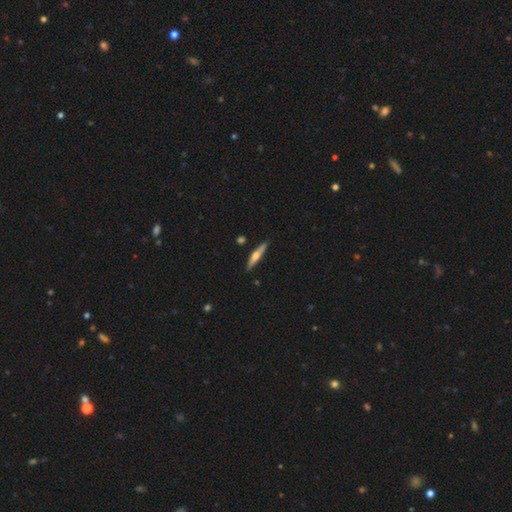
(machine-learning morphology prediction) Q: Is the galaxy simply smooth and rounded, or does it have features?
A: featured or disk — 54%.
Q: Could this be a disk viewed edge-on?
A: yes — 95%.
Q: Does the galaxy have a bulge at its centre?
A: rounded — 90%.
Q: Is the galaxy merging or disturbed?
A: none — 87%.